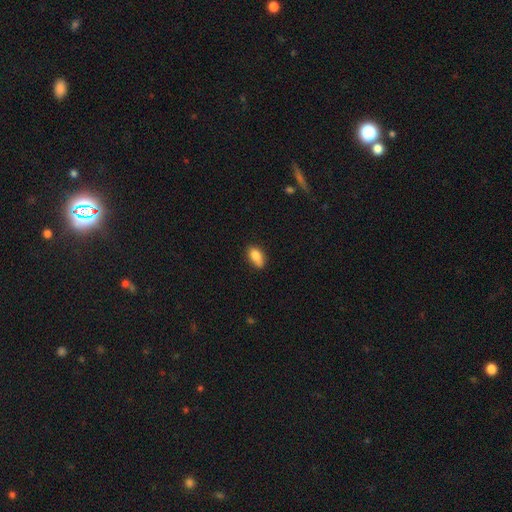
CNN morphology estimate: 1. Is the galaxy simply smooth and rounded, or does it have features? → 82% smooth, 10% featured or disk, 8% star or artifact.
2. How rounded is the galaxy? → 87% in between, 8% round, 5% cigar-shaped.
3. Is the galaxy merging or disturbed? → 60% none, 30% minor disturbance, 6% major disturbance, 5% merger.